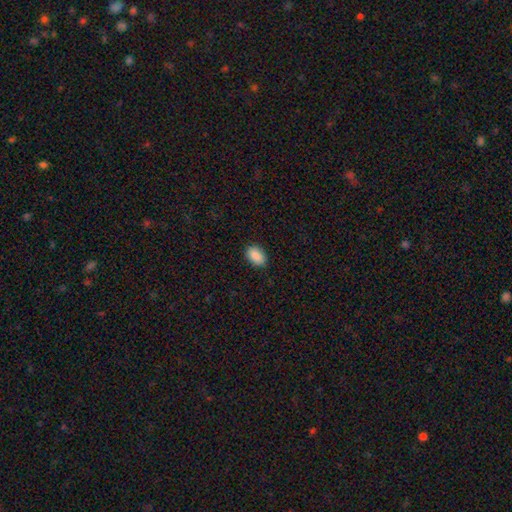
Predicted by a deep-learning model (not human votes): This appears to be a smooth galaxy with no disk features (89%) that is in between round and cigar-shaped (87%). Merging: none (87%).